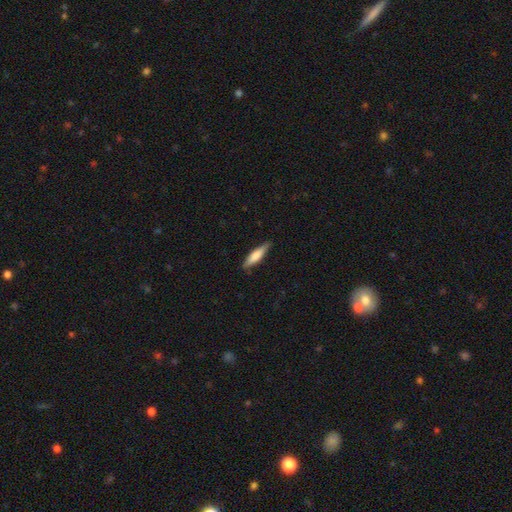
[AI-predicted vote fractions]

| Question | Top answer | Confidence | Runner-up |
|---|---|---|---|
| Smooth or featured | smooth | 67% | featured or disk (28%) |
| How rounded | cigar-shaped | 77% | in between (21%) |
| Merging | none | 86% | minor disturbance (11%) |